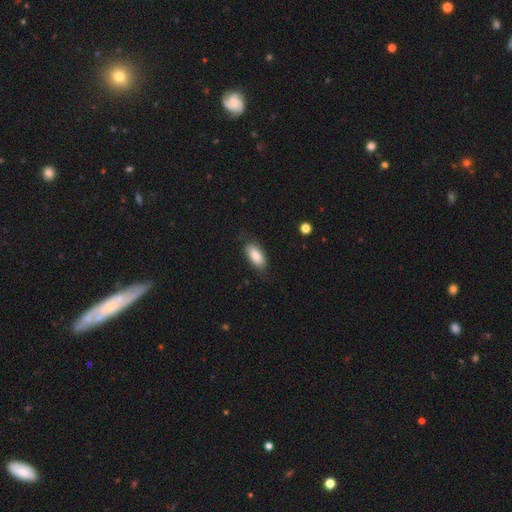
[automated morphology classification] This is likely a smooth galaxy (80%). How rounded: clearly in between (89%). Merging: likely none (73%).